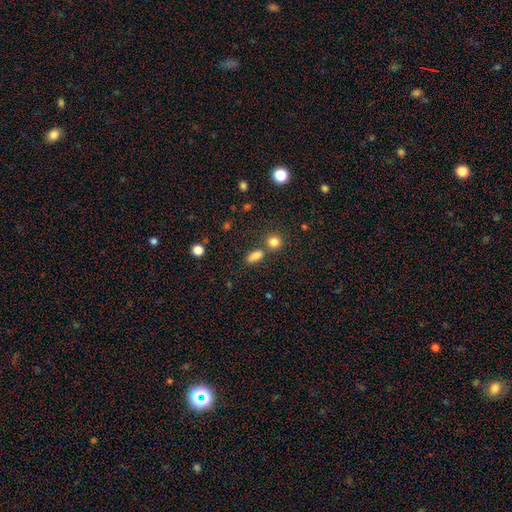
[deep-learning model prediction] smooth-or-featured: smooth: 83% | star or artifact: 12% | featured or disk: 6%
  how-rounded: in between: 77% | cigar-shaped: 12% | round: 11%
  merging: none: 67% | merger: 16% | minor disturbance: 13% | major disturbance: 4%